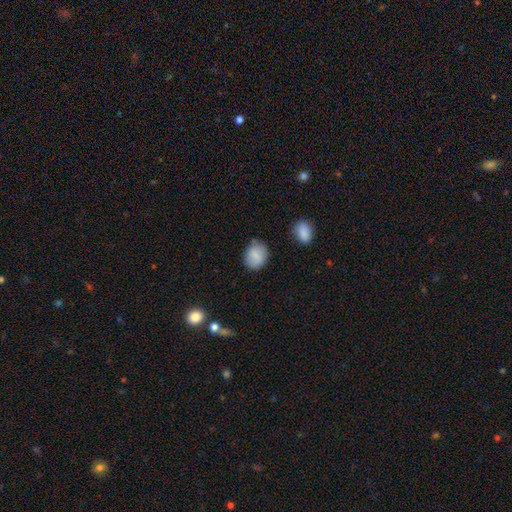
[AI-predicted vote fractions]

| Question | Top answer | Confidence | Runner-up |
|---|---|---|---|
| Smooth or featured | smooth | 85% | star or artifact (8%) |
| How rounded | round | 63% | in between (36%) |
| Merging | none | 75% | minor disturbance (19%) |